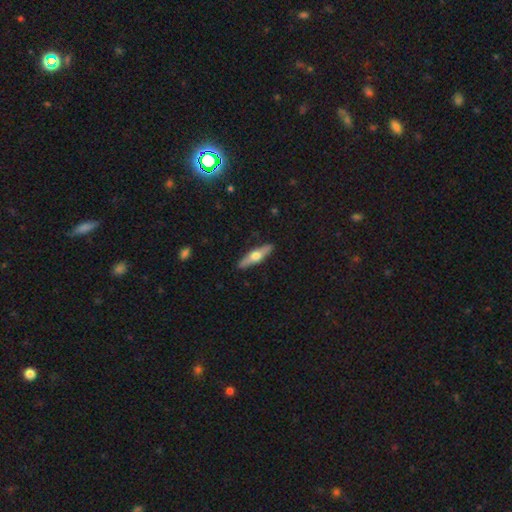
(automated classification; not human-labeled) Smooth or featured? featured or disk (52%)
Edge-on disk? yes (92%)
Merging? none (90%)